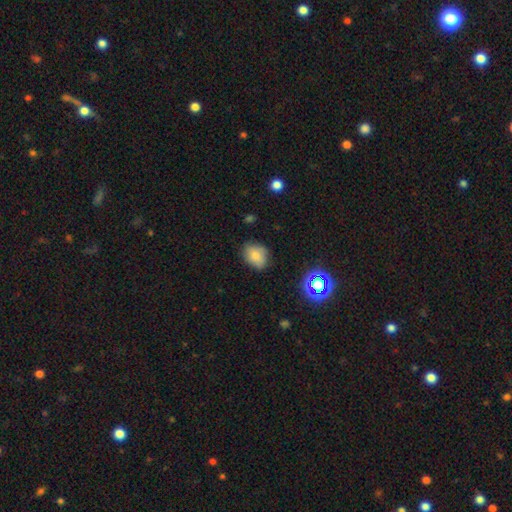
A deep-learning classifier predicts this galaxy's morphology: smooth_or_featured: smooth (p=0.75) [alt: star or artifact p=0.12]
how_rounded: in between (p=0.56) [alt: round p=0.43]
merging: none (p=0.75) [alt: minor disturbance p=0.20]